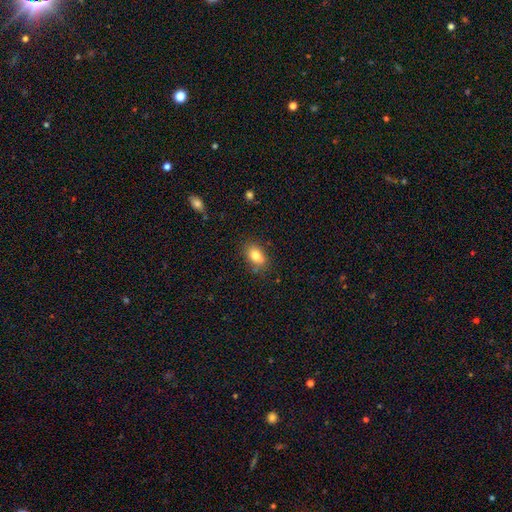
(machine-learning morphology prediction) smooth_or_featured: smooth (p=0.79) [alt: featured or disk p=0.11]
how_rounded: in between (p=0.81) [alt: round p=0.16]
merging: none (p=0.70) [alt: minor disturbance p=0.18]